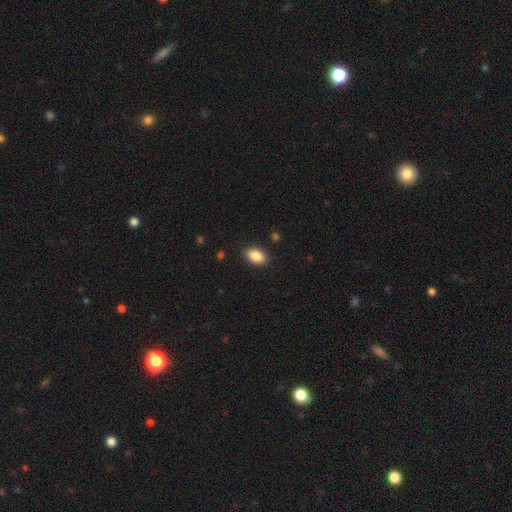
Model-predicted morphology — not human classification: smooth 88%, star or artifact 8%, featured or disk 4%. Down the decision tree: how rounded — in between (91%); merging — none (89%).